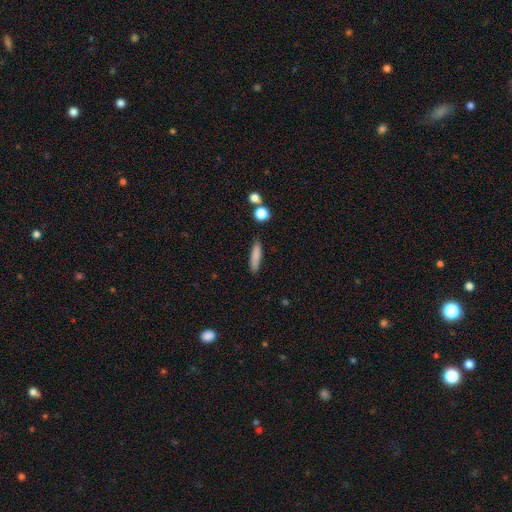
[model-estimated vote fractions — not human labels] This is clearly a smooth galaxy (83%). How rounded: clearly cigar-shaped (80%). Merging: clearly none (85%).